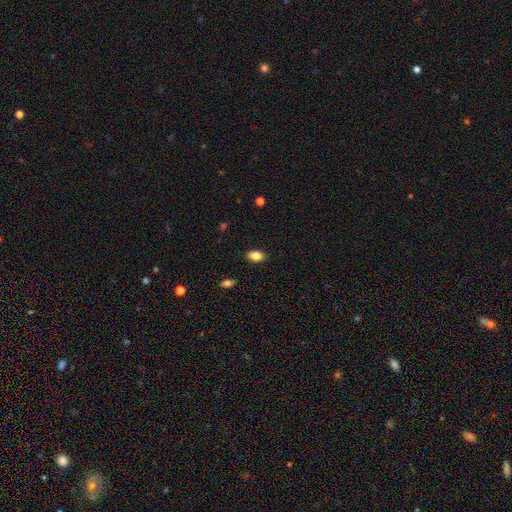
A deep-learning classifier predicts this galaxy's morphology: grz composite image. It shows a smooth galaxy with no disk features (84%) that is in between round and cigar-shaped (89%). Merging: none (88%).